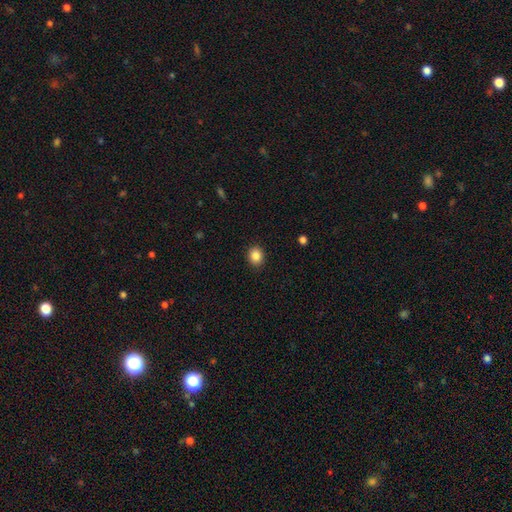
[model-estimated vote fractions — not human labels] Overall: smooth (86%). How rounded: round (66%; in between 33%). Merging: none (90%).